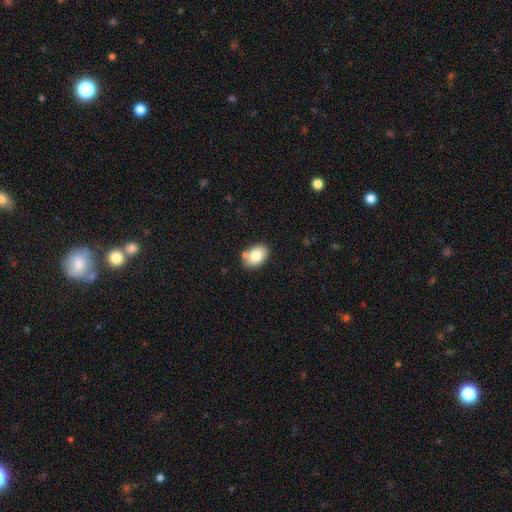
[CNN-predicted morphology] Smooth or featured? smooth (79%)
How rounded? in between (82%)
Merging? none (69%)